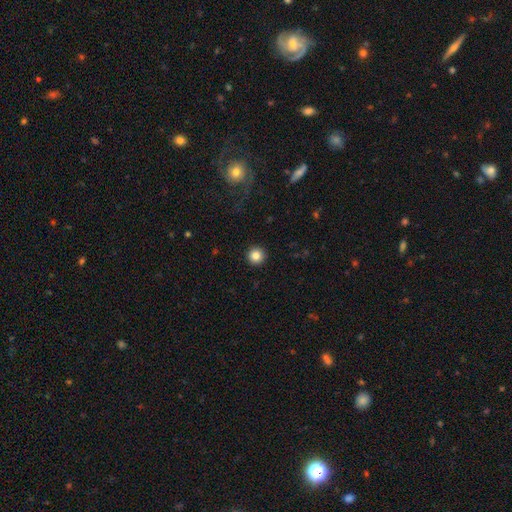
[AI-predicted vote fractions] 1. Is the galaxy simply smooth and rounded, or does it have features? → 84% smooth, 11% star or artifact, 5% featured or disk.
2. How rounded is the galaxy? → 96% round, 3% in between, 1% cigar-shaped.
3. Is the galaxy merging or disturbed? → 93% none, 4% minor disturbance, 2% major disturbance, 1% merger.